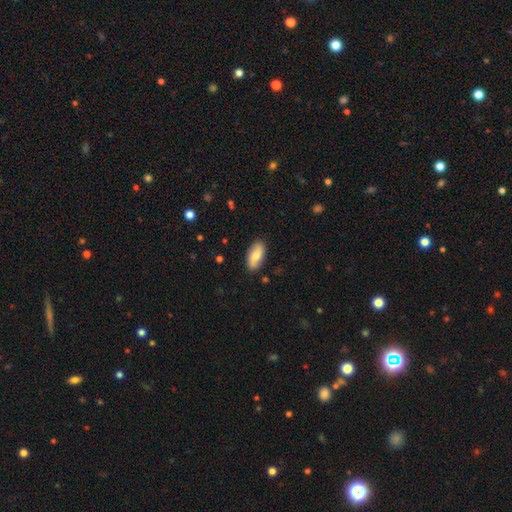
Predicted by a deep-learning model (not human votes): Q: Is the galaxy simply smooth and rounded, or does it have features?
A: smooth — 77%.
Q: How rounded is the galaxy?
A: in between — 91%.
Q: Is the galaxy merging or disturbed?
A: none — 86%.